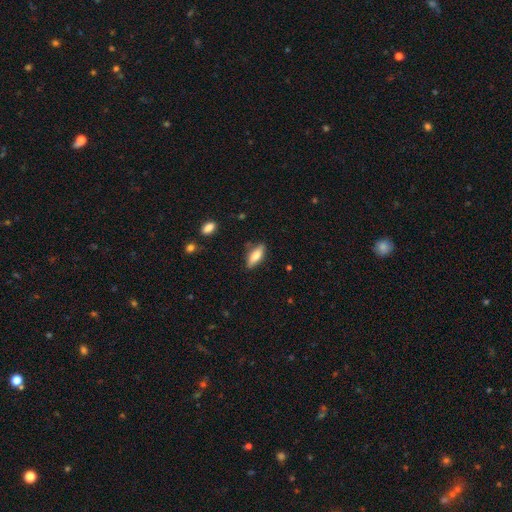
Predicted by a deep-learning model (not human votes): Smooth or featured? smooth (74%)
How rounded? in between (66%)
Merging? none (79%)